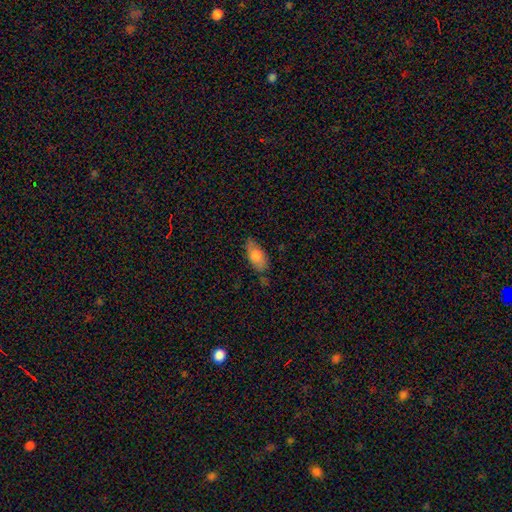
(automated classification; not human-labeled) Smooth or featured? Predicted: smooth (p=0.75). How rounded? Predicted: in between (p=0.84). Merging? Predicted: none (p=0.69).